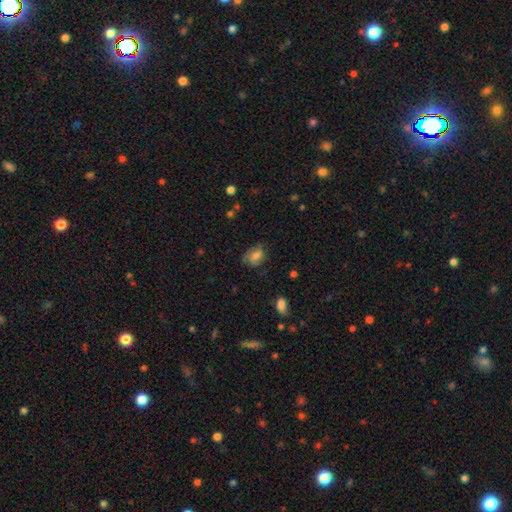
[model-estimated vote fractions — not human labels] Overall: smooth (63%; featured or disk 27%). How rounded: in between (70%). Merging: none (59%; minor disturbance 28%).